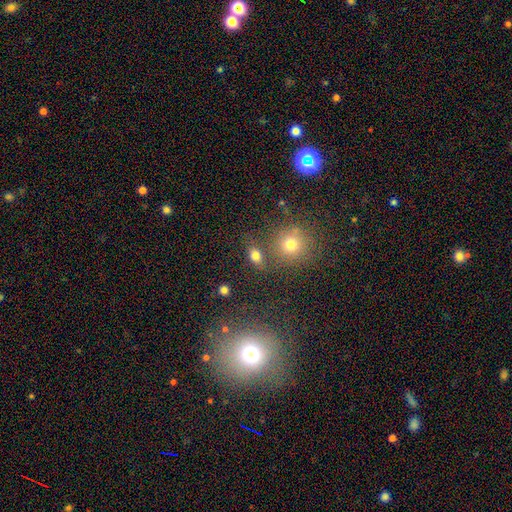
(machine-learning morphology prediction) smooth 76%, star or artifact 16%, featured or disk 9%. Down the decision tree: how rounded — in between (67%); merging — none (68%).